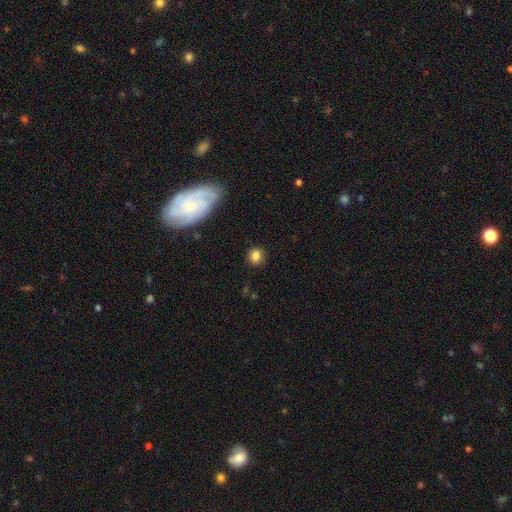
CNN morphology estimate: smooth 81%, star or artifact 11%, featured or disk 8%. Down the decision tree: how rounded — round (77%); merging — none (85%).